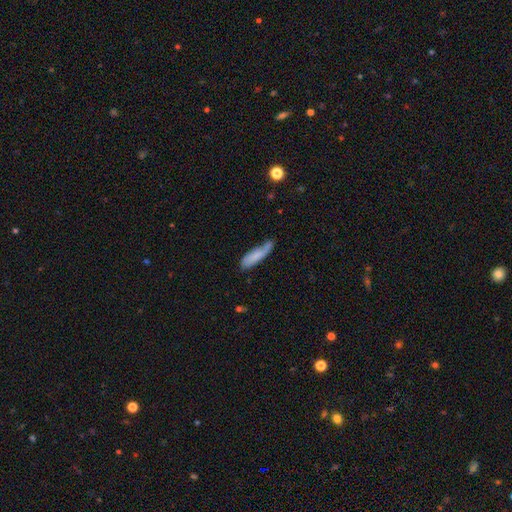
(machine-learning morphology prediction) type=smooth (72%); roundness=cigar-shaped (66%); merging=none (54%).